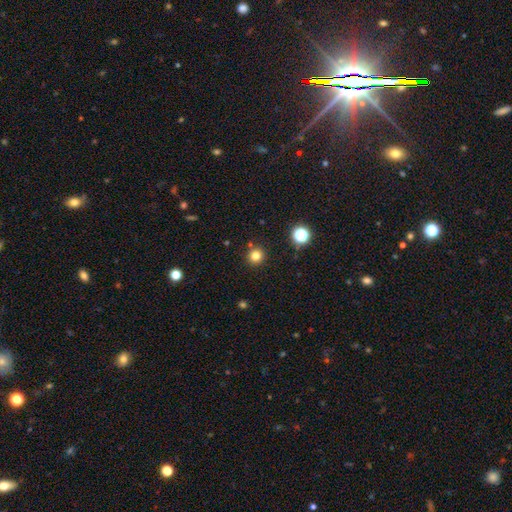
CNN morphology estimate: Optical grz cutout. It shows a smooth galaxy with no disk features (79%) that is round (94%). Merging: none (89%).